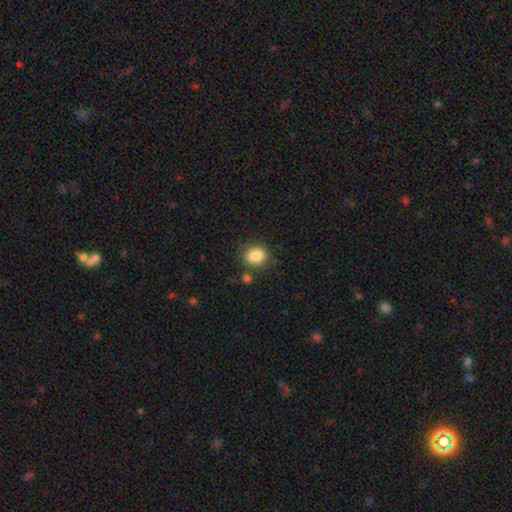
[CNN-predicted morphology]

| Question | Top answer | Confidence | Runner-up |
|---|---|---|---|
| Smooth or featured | smooth | 86% | star or artifact (9%) |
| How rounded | round | 73% | in between (27%) |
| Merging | none | 81% | minor disturbance (10%) |